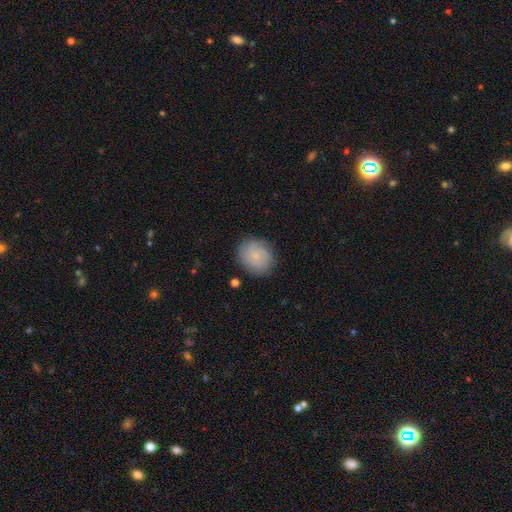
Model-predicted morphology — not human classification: Smooth or featured? smooth (78%)
How rounded? round (74%)
Merging? none (83%)